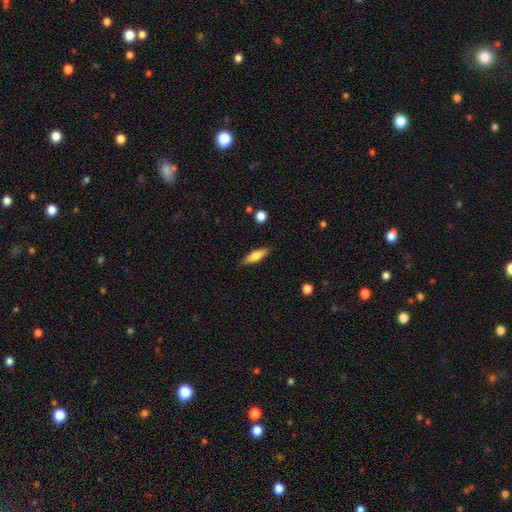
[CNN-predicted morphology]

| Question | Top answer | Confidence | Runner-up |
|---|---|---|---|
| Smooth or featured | smooth | 67% | featured or disk (26%) |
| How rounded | cigar-shaped | 57% | in between (40%) |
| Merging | none | 86% | minor disturbance (10%) |